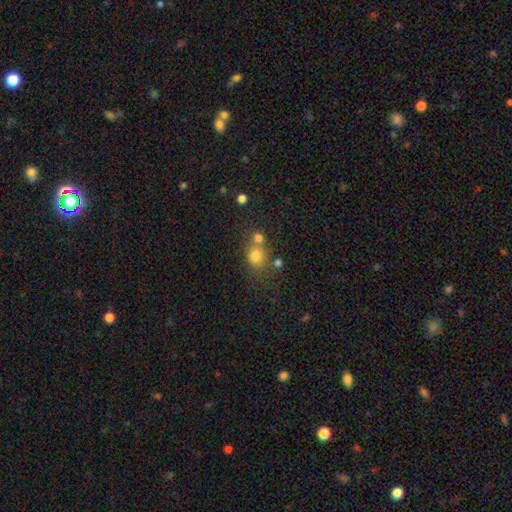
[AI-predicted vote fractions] Smooth or featured?
  - smooth: 77% *
  - star or artifact: 14%
  - featured or disk: 9%
How rounded?
  - round: 77% *
  - in between: 22%
  - cigar-shaped: 1%
Merging?
  - none: 51% *
  - merger: 34%
  - minor disturbance: 10%
  - major disturbance: 5%